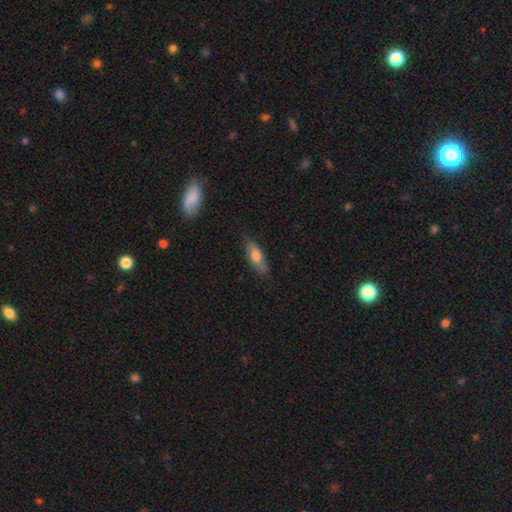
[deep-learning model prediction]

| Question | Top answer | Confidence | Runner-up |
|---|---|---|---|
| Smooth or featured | smooth | 73% | featured or disk (21%) |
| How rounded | in between | 65% | cigar-shaped (33%) |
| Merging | none | 78% | minor disturbance (17%) |